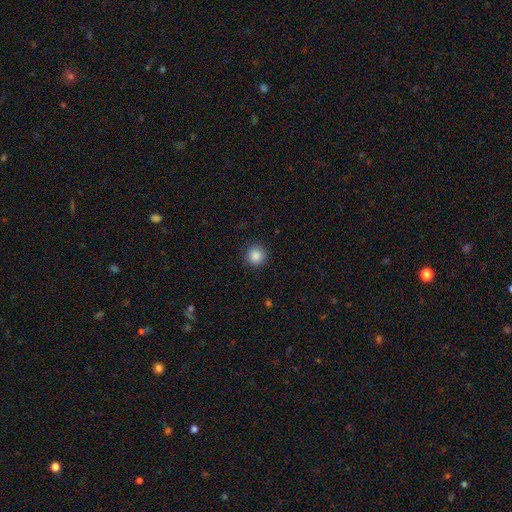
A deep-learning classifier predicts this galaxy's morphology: A smooth galaxy with no disk features (87%) that is round (95%). Merging: none (90%).